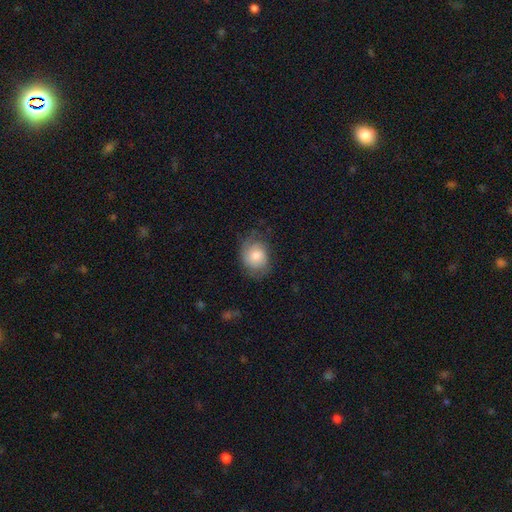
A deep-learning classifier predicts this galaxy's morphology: Smooth or featured? Predicted: smooth (p=0.61). How rounded? Predicted: round (p=0.51). Merging? Predicted: none (p=0.63).